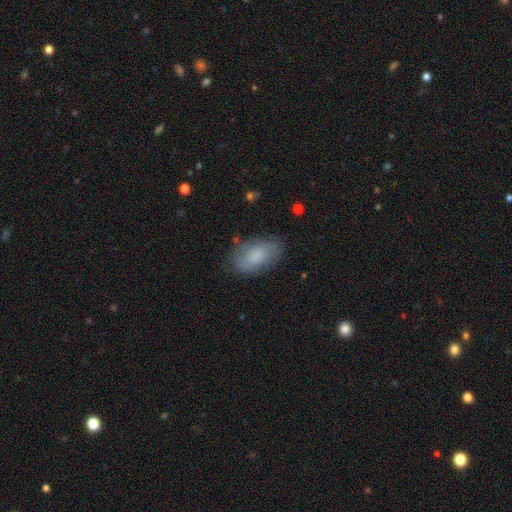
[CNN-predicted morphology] smooth 76%, featured or disk 17%, star or artifact 7%. Down the decision tree: how rounded — in between (93%); merging — none (76%).